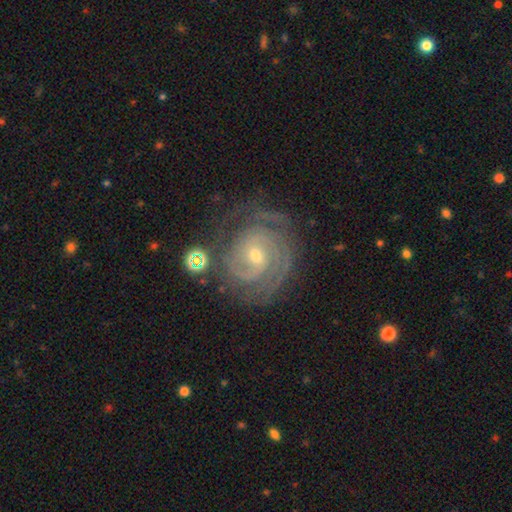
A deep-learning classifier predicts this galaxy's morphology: Q: Smooth or featured?
A: featured or disk (88%); runner-up: smooth (6%)
Q: Edge-on disk?
A: no (97%); runner-up: yes (3%)
Q: Bar?
A: no (58%); runner-up: weak (33%)
Q: Spiral arms?
A: yes (97%); runner-up: no (3%)
Q: Spiral winding?
A: tight (73%); runner-up: medium (23%)
Q: Spiral arm count?
A: 2 (31%); runner-up: can't tell (24%)
Q: Bulge size?
A: small (65%); runner-up: moderate (32%)
Q: Merging?
A: none (67%); runner-up: minor disturbance (19%)